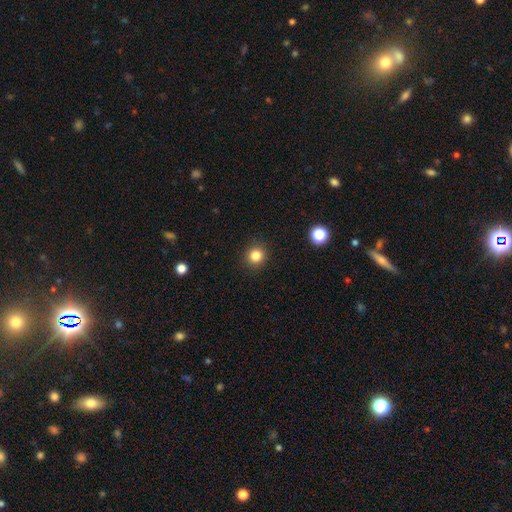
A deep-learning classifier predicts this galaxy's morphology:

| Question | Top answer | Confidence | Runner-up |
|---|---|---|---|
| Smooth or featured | smooth | 83% | star or artifact (12%) |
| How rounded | round | 90% | in between (9%) |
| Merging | none | 91% | minor disturbance (6%) |